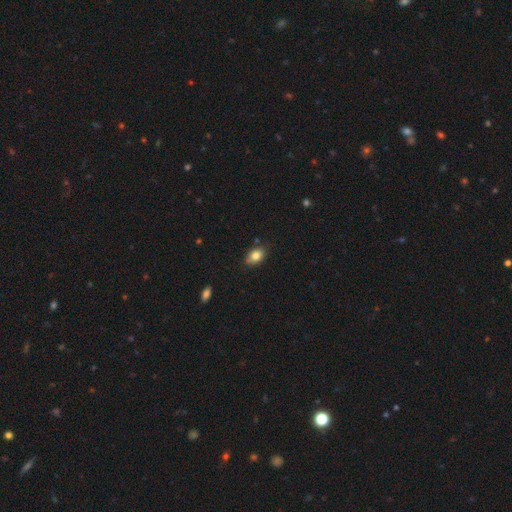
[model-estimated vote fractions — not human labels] This is clearly a smooth galaxy (82%). How rounded: clearly in between (84%). Merging: clearly none (81%).